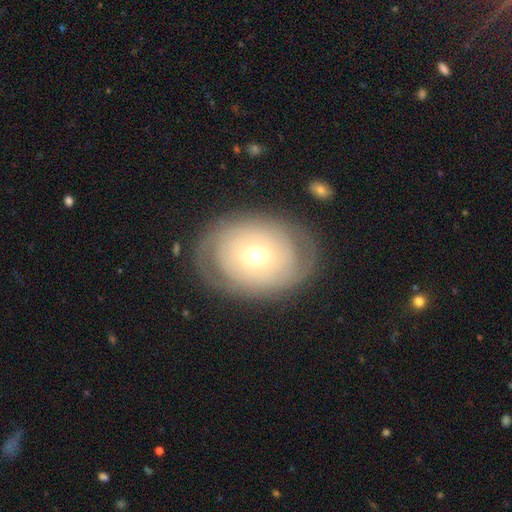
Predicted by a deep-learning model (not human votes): This appears to be a featured or disk galaxy (60%) with no bar (82%), spiral arms (62%) and a small central bulge (61%). Merging: none (79%).